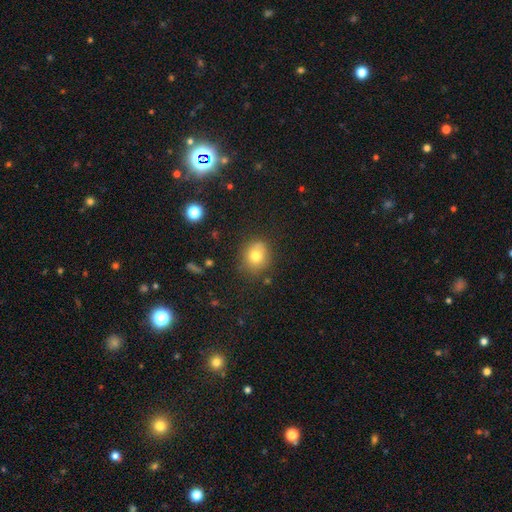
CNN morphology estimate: This is likely a smooth galaxy (76%). How rounded: likely round (75%). Merging: likely none (76%).